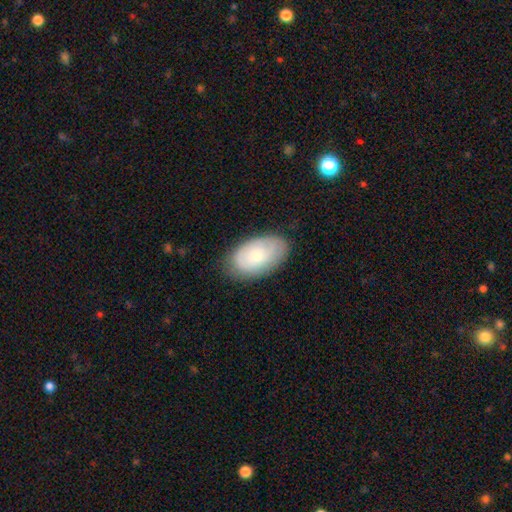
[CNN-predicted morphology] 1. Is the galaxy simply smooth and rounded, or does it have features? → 64% smooth, 30% featured or disk, 6% star or artifact.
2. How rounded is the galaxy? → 93% in between, 6% round, 1% cigar-shaped.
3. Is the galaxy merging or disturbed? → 78% none, 17% minor disturbance, 4% major disturbance, 1% merger.